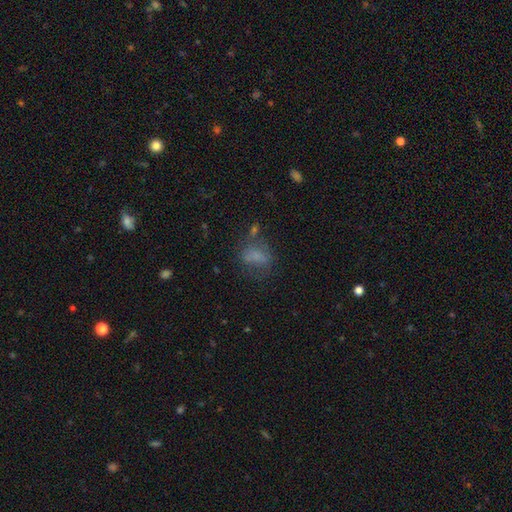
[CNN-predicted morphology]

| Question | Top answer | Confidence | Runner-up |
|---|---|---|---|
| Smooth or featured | smooth | 64% | featured or disk (21%) |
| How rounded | in between | 66% | round (30%) |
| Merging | none | 50% | minor disturbance (22%) |